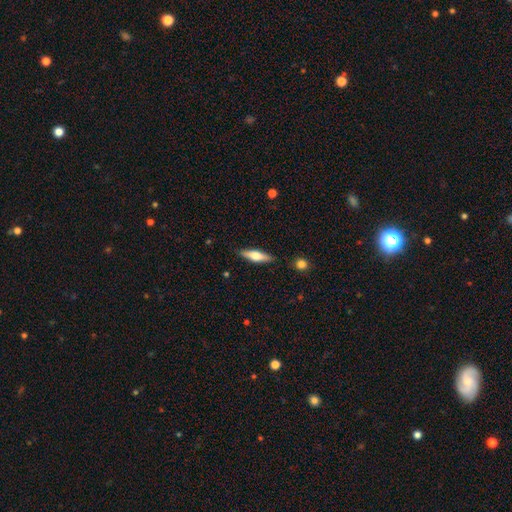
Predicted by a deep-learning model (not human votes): Smooth or featured? Predicted: smooth (p=0.54). How rounded? Predicted: cigar-shaped (p=0.64). Merging? Predicted: none (p=0.87).